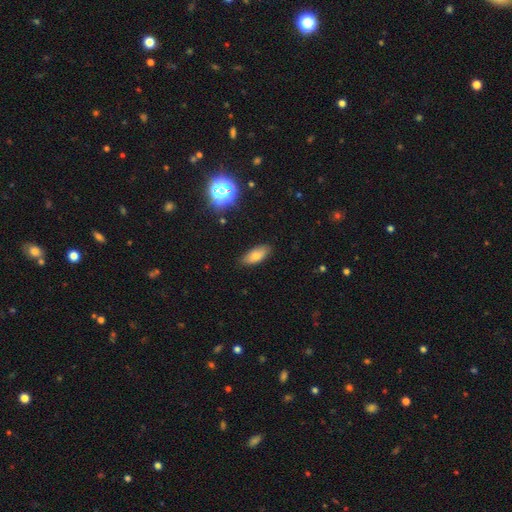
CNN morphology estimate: Overall: smooth (77%). How rounded: in between (83%). Merging: none (84%).